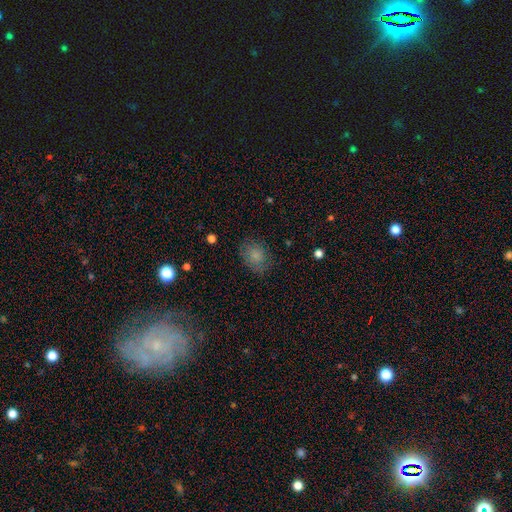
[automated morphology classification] Smooth or featured? Predicted: smooth (p=0.78). How rounded? Predicted: in between (p=0.56). Merging? Predicted: none (p=0.74).